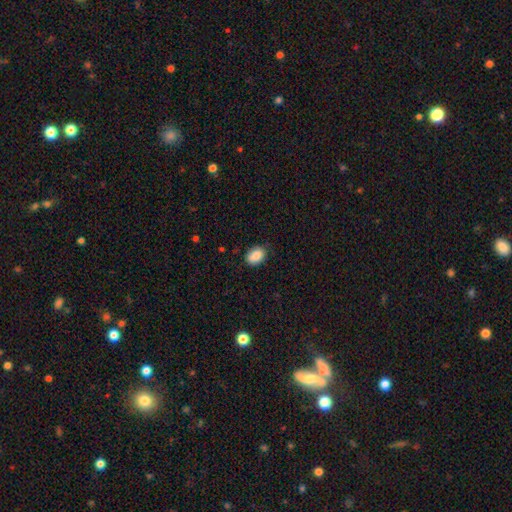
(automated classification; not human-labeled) Overall: smooth (88%). How rounded: in between (78%). Merging: none (77%).